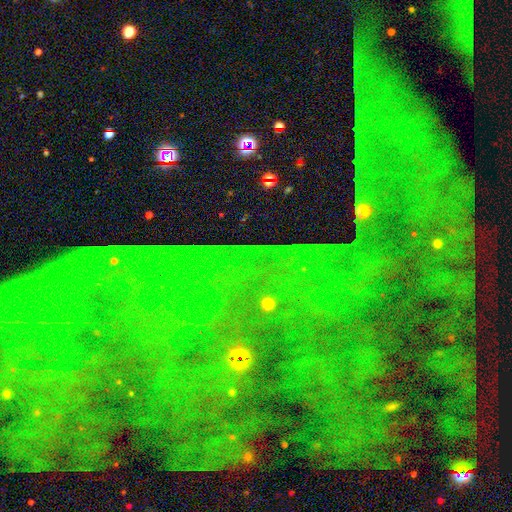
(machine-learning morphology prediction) Smooth or featured?
  - star or artifact: 84% *
  - featured or disk: 9%
  - smooth: 7%